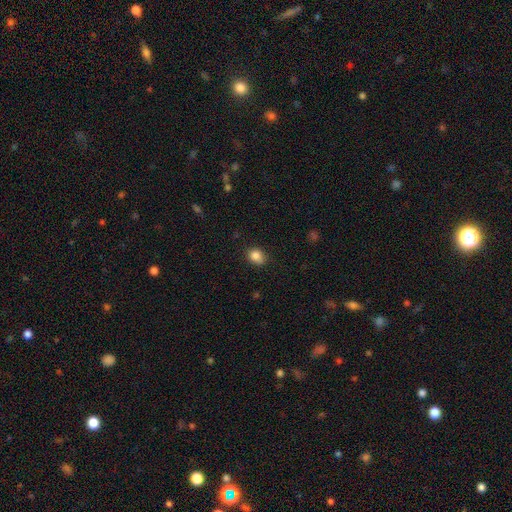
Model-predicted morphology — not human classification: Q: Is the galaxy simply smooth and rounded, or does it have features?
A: smooth — 85%.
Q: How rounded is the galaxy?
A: round — 51%.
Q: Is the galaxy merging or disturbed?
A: none — 77%.